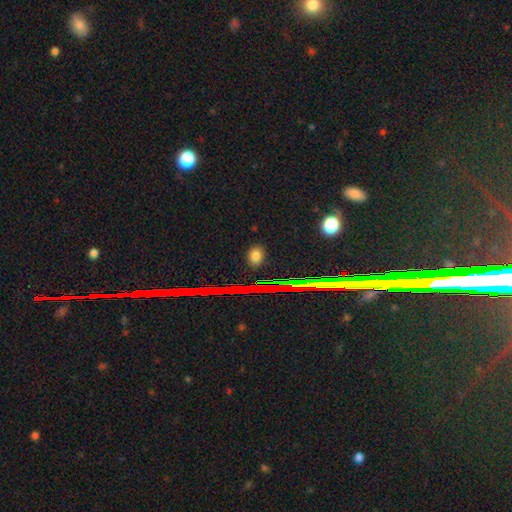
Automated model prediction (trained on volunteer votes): smooth_or_featured: smooth (p=0.77) [alt: star or artifact p=0.16]
how_rounded: in between (p=0.60) [alt: round p=0.37]
merging: none (p=0.88) [alt: minor disturbance p=0.08]